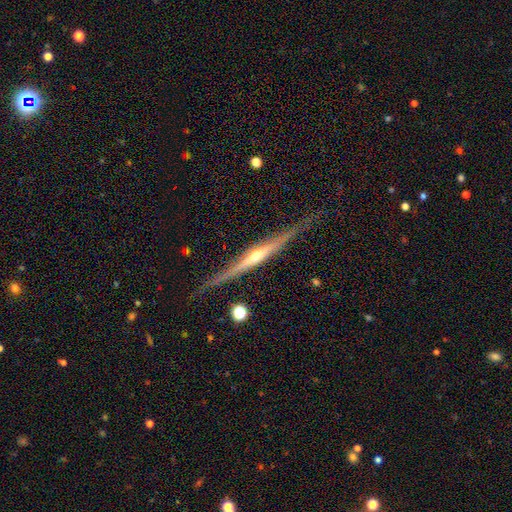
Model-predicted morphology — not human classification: Q: Smooth or featured?
A: featured or disk (84%); runner-up: smooth (11%)
Q: Edge-on disk?
A: yes (98%); runner-up: no (2%)
Q: Edge-on bulge?
A: rounded (78%); runner-up: none (16%)
Q: Merging?
A: none (81%); runner-up: minor disturbance (14%)